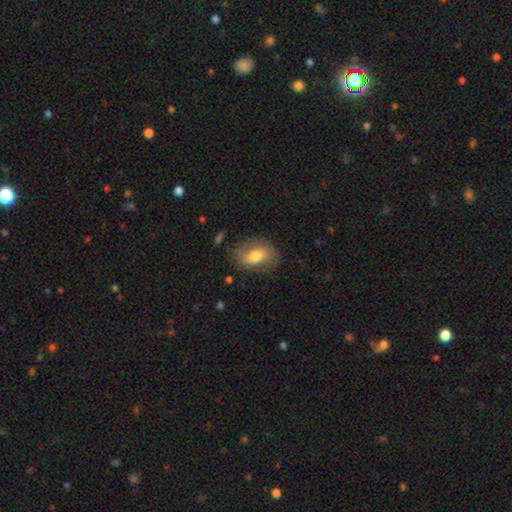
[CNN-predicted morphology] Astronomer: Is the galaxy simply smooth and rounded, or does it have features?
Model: smooth — 68%.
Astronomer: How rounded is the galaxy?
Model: in between — 79%.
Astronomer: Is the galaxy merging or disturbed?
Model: none — 76%.